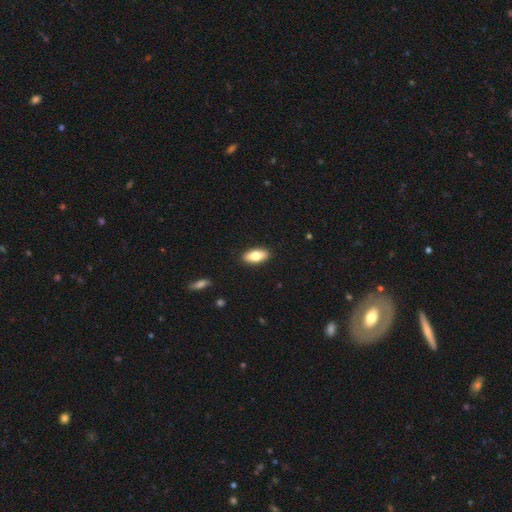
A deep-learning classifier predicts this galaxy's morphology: This is likely a smooth galaxy (76%). How rounded: clearly in between (86%). Merging: clearly none (89%).